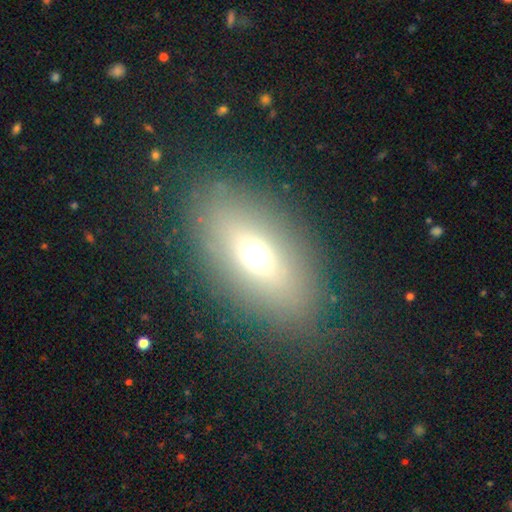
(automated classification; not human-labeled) Smooth or featured: smooth — 61% (featured or disk — 25%)
How rounded: in between — 81% (round — 9%)
Merging: none — 83% (minor disturbance — 10%)